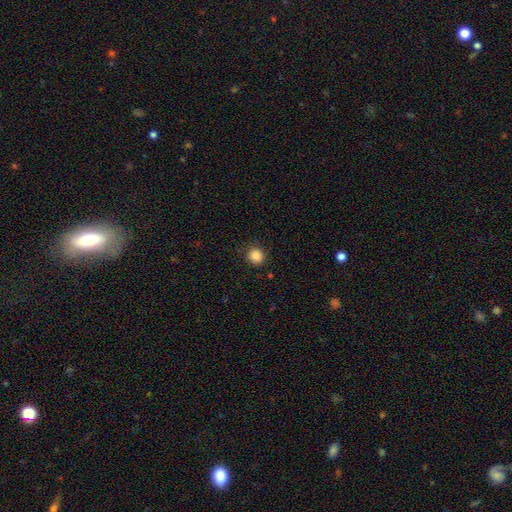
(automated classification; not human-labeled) smooth-or-featured: smooth: 87% | star or artifact: 10% | featured or disk: 2%
  how-rounded: round: 88% | in between: 11% | cigar-shaped: 1%
  merging: none: 88% | minor disturbance: 9% | major disturbance: 3% | merger: 1%